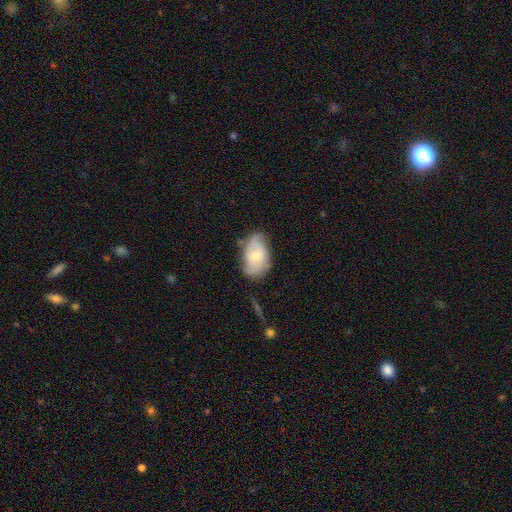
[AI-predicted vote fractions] This appears to be a smooth galaxy with no disk features (50%). Merging: none (61%).